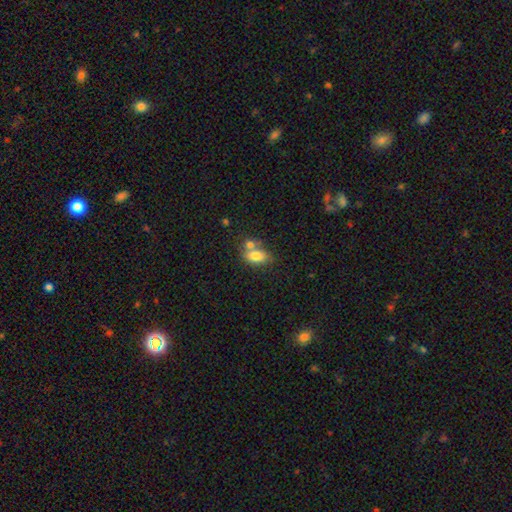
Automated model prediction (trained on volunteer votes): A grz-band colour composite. It shows a smooth galaxy with no disk features (78%) that is in between round and cigar-shaped (84%). Merging: merger (43%).